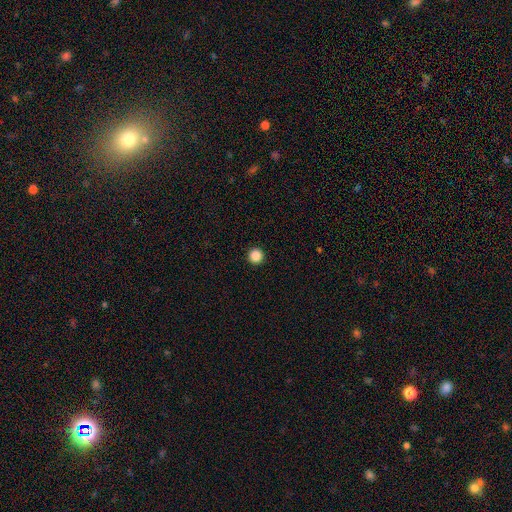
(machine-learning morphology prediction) smooth_or_featured: smooth (p=0.87) [alt: star or artifact p=0.10]
how_rounded: round (p=0.97) [alt: in between p=0.02]
merging: none (p=0.94) [alt: minor disturbance p=0.04]